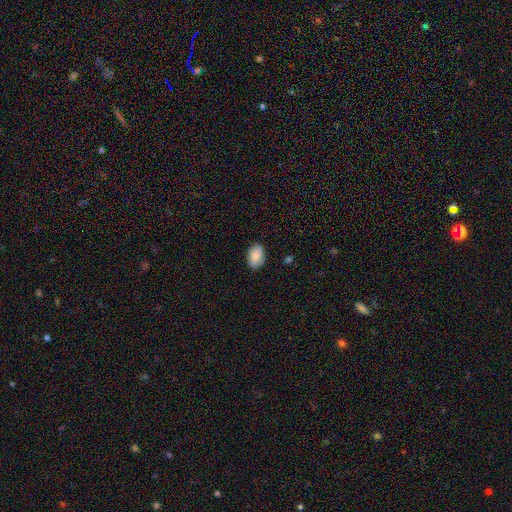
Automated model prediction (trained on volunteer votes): Smooth or featured?
  - smooth: 86% *
  - featured or disk: 7%
  - star or artifact: 7%
How rounded?
  - in between: 89% *
  - round: 10%
  - cigar-shaped: 1%
Merging?
  - none: 85% *
  - minor disturbance: 11%
  - major disturbance: 2%
  - merger: 1%